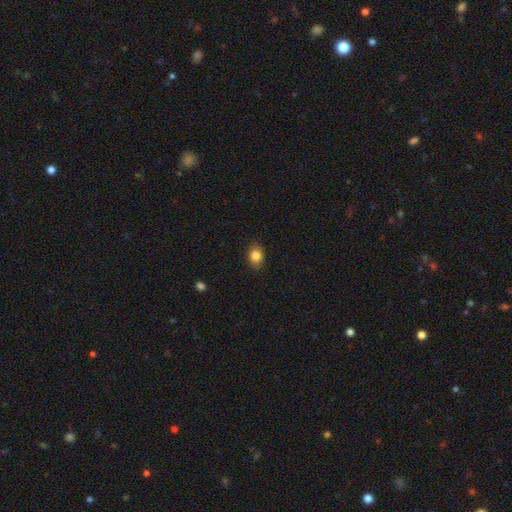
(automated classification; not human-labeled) A smooth galaxy with no disk features (84%) that is in between round and cigar-shaped (57%).

Vote fractions:
- Smooth or featured? smooth: 84% / star or artifact: 10% / featured or disk: 6%
- How rounded? in between: 57% / round: 42% / cigar-shaped: 1%
- Merging? none: 87% / minor disturbance: 10% / major disturbance: 2% / merger: 1%